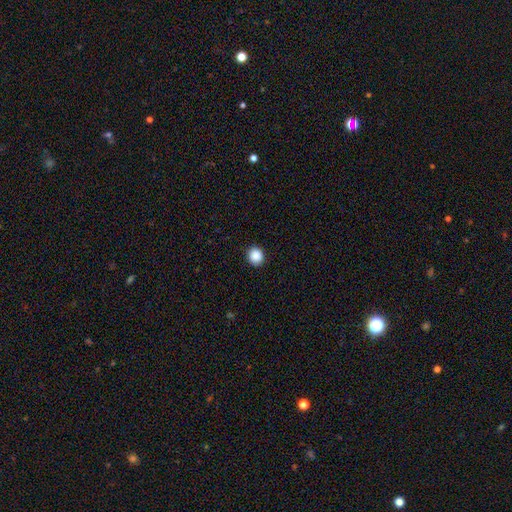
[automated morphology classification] Smooth or featured? Predicted: smooth (p=0.89). How rounded? Predicted: round (p=0.86). Merging? Predicted: none (p=0.92).